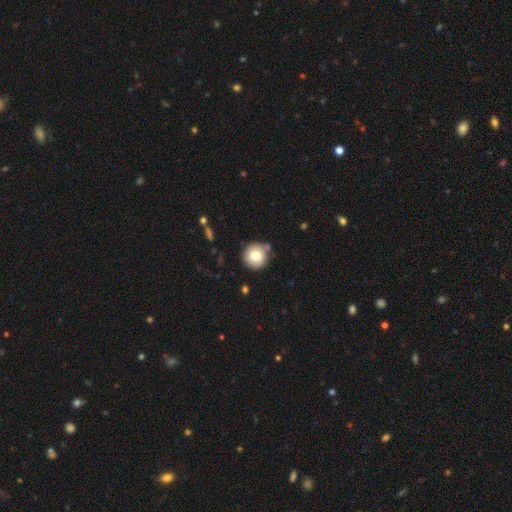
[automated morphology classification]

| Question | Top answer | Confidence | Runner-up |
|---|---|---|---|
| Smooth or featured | smooth | 80% | featured or disk (11%) |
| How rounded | round | 95% | in between (4%) |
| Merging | none | 78% | minor disturbance (13%) |